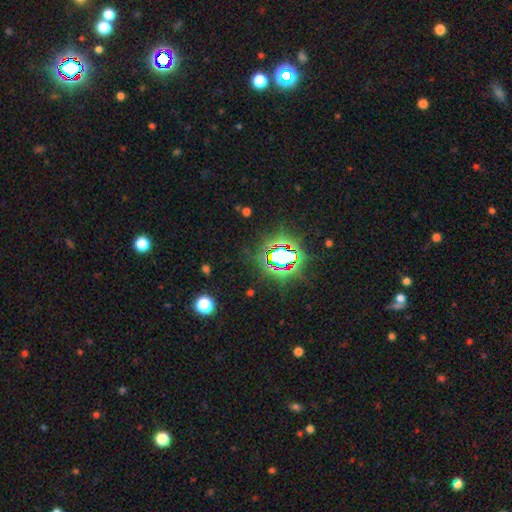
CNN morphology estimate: Smooth or featured: star or artifact — 82% (smooth — 11%)